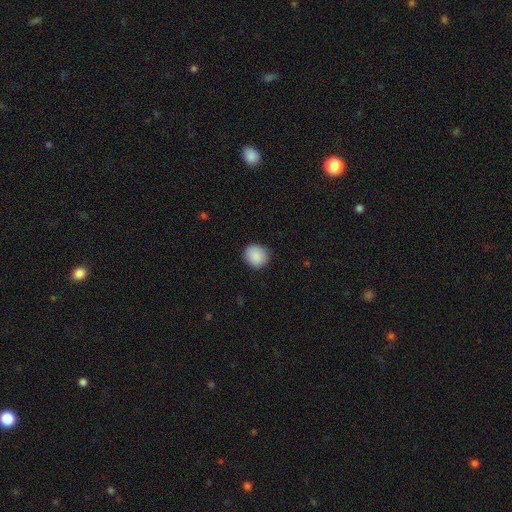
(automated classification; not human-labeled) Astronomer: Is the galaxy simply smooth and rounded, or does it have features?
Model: smooth — 90%.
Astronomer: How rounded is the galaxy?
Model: round — 85%.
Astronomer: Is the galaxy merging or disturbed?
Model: none — 89%.